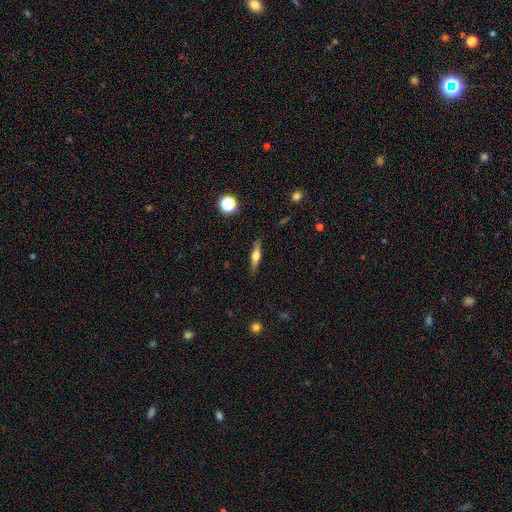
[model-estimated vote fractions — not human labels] smooth-or-featured: featured or disk: 55% | smooth: 38% | star or artifact: 8%
  disk-edge-on: yes: 95% | no: 5%
    edge-on-bulge: rounded: 87% | boxy: 9% | none: 4%
  merging: none: 88% | minor disturbance: 9% | major disturbance: 2% | merger: 1%